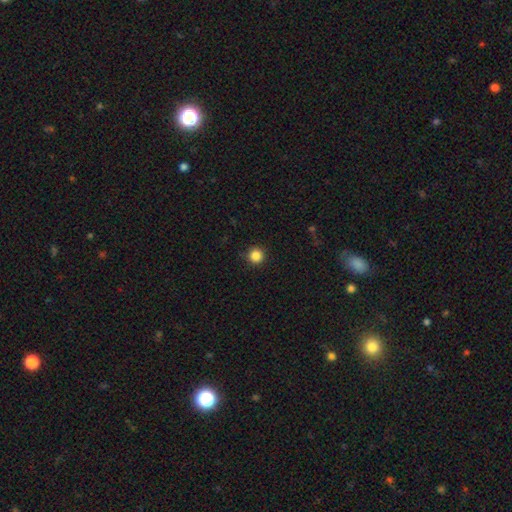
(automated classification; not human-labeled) Q: Smooth or featured?
A: smooth (86%); runner-up: star or artifact (11%)
Q: How rounded?
A: round (96%); runner-up: in between (3%)
Q: Merging?
A: none (92%); runner-up: minor disturbance (5%)